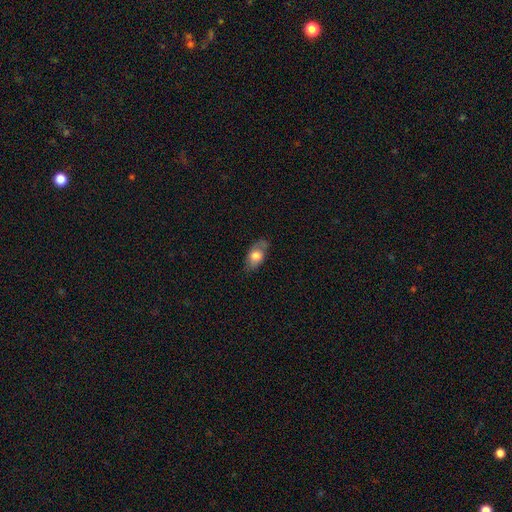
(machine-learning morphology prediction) smooth_or_featured: smooth (p=0.65) [alt: featured or disk p=0.27]
how_rounded: in between (p=0.86) [alt: round p=0.10]
merging: none (p=0.64) [alt: minor disturbance p=0.26]